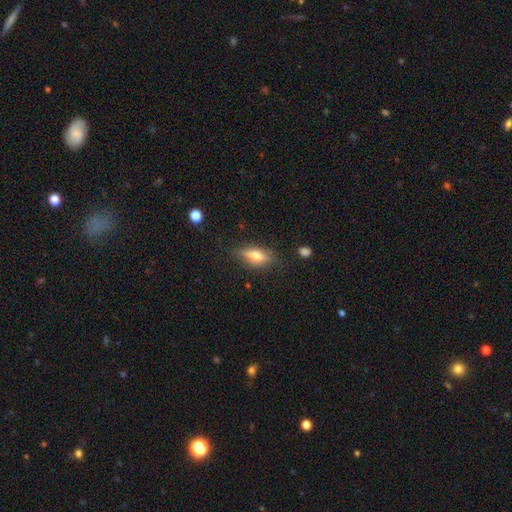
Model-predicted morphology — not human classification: This is possibly a featured or disk galaxy (46%). Merging: likely none (79%).